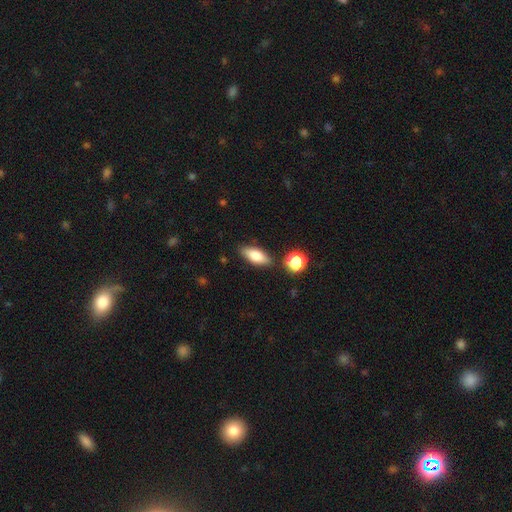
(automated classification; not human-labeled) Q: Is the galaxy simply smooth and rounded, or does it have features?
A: smooth — 75%.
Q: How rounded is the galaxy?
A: in between — 76%.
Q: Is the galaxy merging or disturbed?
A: none — 81%.